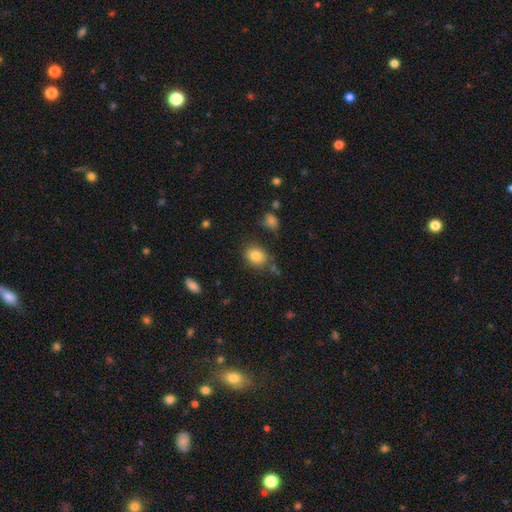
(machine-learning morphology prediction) This is clearly a smooth galaxy (83%). How rounded: possibly in between (54%). Merging: likely none (76%).